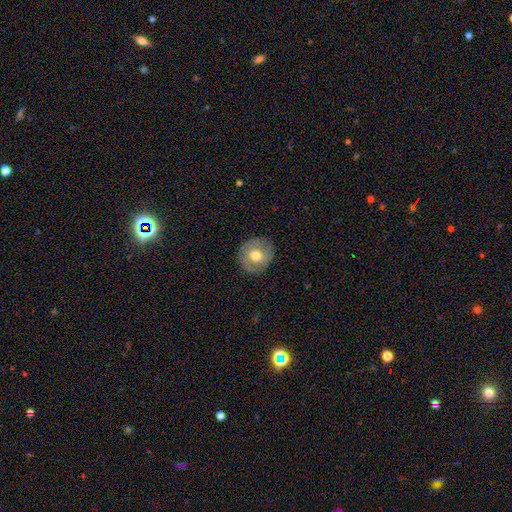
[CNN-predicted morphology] Overall: smooth (55%; featured or disk 37%). How rounded: round (86%). Merging: none (83%).